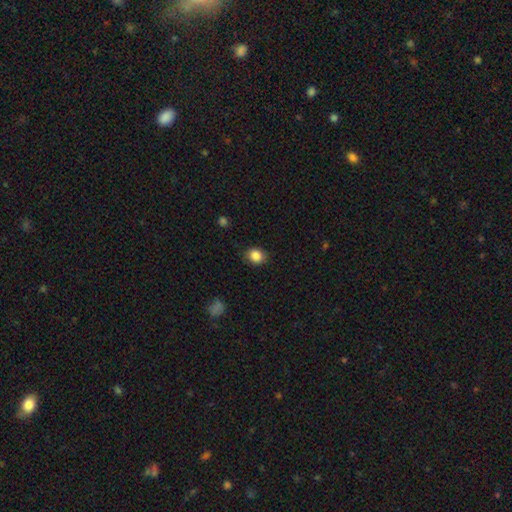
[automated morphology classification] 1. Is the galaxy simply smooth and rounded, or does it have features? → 86% smooth, 9% star or artifact, 5% featured or disk.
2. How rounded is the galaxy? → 61% round, 38% in between, 1% cigar-shaped.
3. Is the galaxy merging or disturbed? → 85% none, 11% minor disturbance, 3% major disturbance, 1% merger.